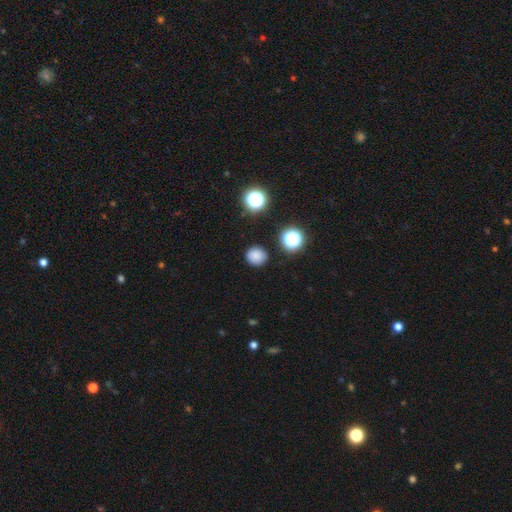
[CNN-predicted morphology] Q: Smooth or featured?
A: smooth (81%); runner-up: star or artifact (14%)
Q: How rounded?
A: round (86%); runner-up: in between (13%)
Q: Merging?
A: none (88%); runner-up: minor disturbance (7%)